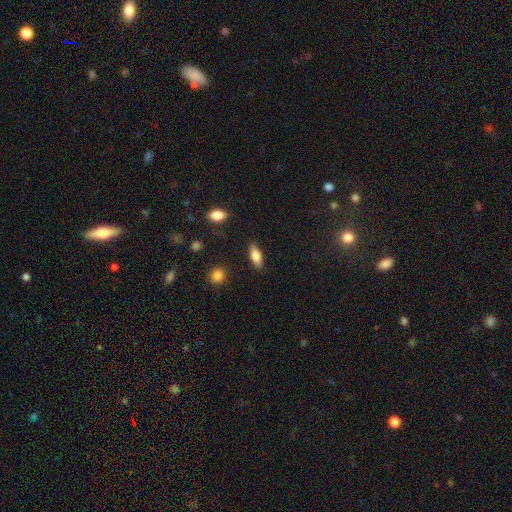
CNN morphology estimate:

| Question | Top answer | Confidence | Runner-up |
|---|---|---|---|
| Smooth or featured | smooth | 79% | featured or disk (14%) |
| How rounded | in between | 75% | cigar-shaped (22%) |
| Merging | none | 87% | minor disturbance (9%) |